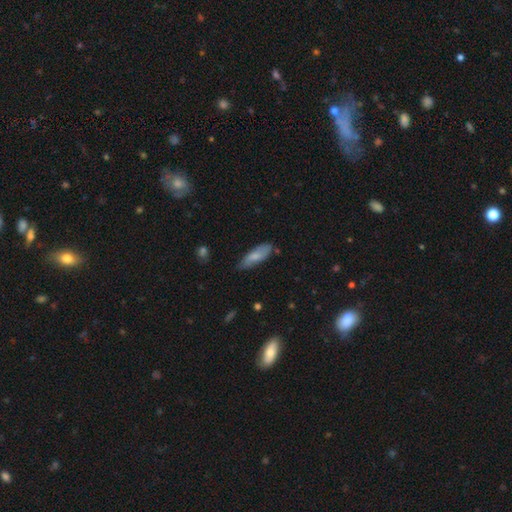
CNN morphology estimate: Smooth or featured: smooth — 73% (featured or disk — 21%)
How rounded: in between — 55% (cigar-shaped — 43%)
Merging: none — 71% (minor disturbance — 23%)